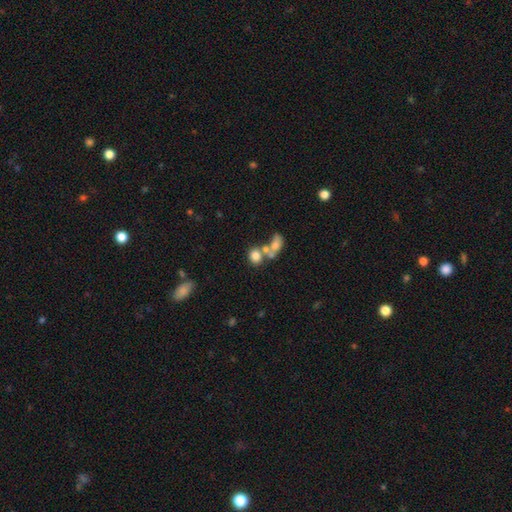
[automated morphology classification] Smooth or featured? Predicted: smooth (p=0.74). How rounded? Predicted: round (p=0.60). Merging? Predicted: merger (p=0.45).